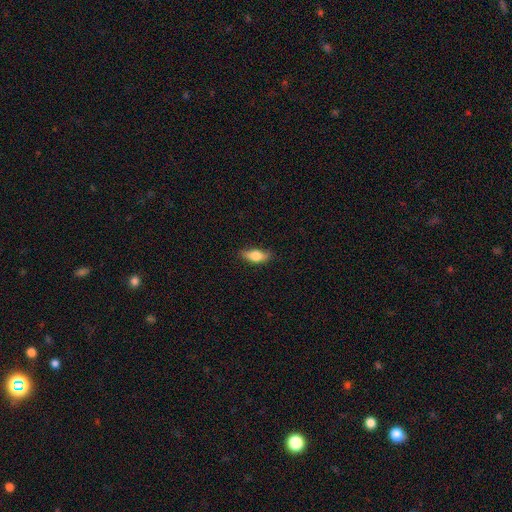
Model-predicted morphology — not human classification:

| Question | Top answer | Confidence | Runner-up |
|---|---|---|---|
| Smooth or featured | smooth | 76% | featured or disk (17%) |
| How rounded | in between | 79% | cigar-shaped (17%) |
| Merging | none | 79% | minor disturbance (17%) |